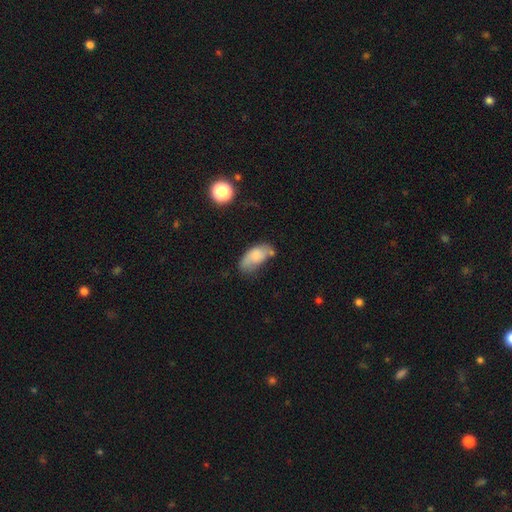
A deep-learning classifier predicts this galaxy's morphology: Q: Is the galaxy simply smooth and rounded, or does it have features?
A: smooth — 73%.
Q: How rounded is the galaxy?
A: in between — 92%.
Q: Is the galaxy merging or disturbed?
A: none — 44%.